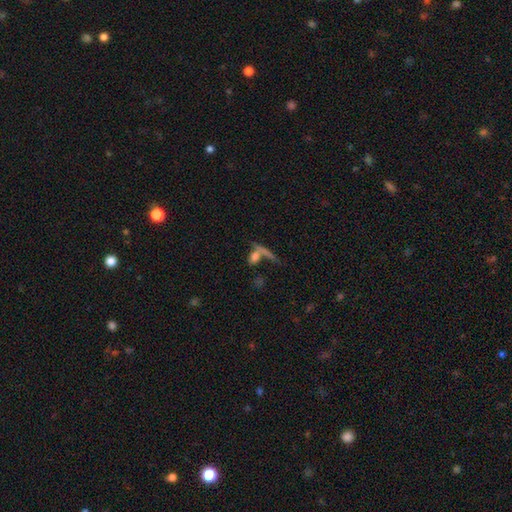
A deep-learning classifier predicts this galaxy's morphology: Smooth or featured: smooth — 62% (featured or disk — 23%)
How rounded: in between — 45% (cigar-shaped — 37%)
Merging: none — 40% (tied with merger — 40%)